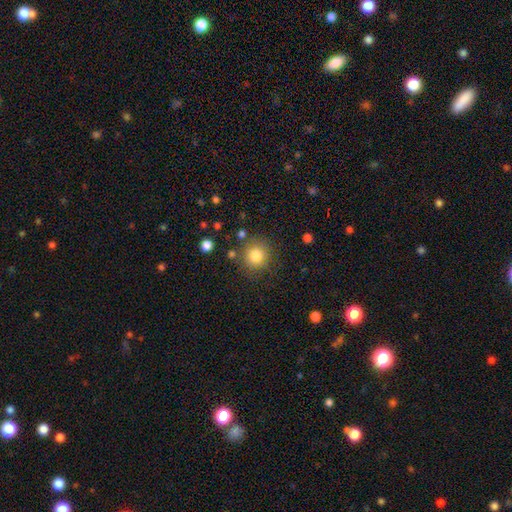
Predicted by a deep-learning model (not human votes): Smooth or featured?
  - smooth: 82% *
  - star or artifact: 11%
  - featured or disk: 7%
How rounded?
  - round: 91% *
  - in between: 8%
  - cigar-shaped: 1%
Merging?
  - none: 83% *
  - minor disturbance: 9%
  - merger: 4%
  - major disturbance: 4%